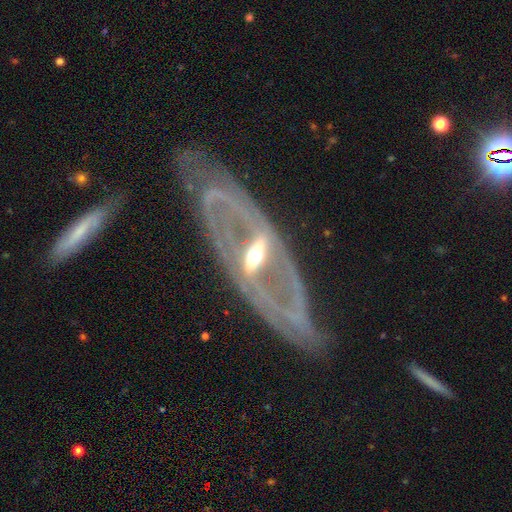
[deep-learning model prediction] Morphology: type=featured or disk (88%); edge-on=no (77%); bar=strong (65%); spiral arms=yes (72%); bulge=moderate (66%); merging=none (68%).